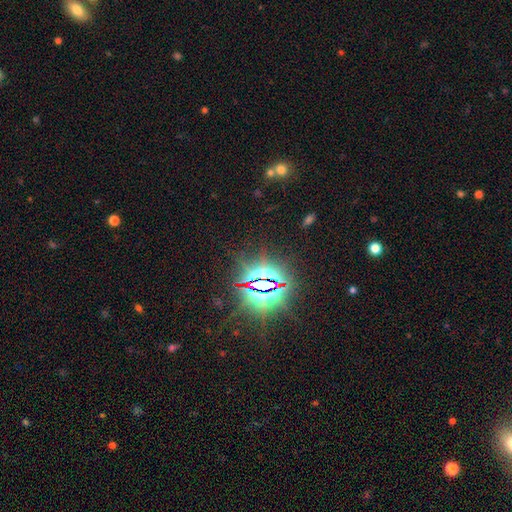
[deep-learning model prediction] star or artifact 84%, smooth 9%, featured or disk 7%.